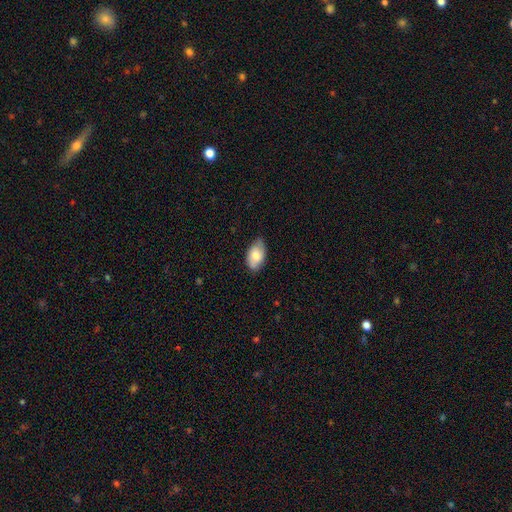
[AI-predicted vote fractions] Morphology: type=smooth (72%); roundness=in between (92%); merging=none (74%).